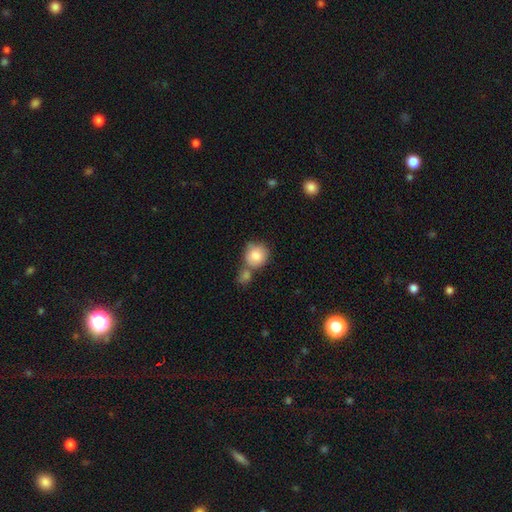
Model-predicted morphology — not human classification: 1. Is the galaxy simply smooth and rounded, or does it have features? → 84% smooth, 9% featured or disk, 7% star or artifact.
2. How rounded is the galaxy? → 83% round, 15% in between, 1% cigar-shaped.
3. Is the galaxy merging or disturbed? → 42% none, 40% merger, 13% minor disturbance, 5% major disturbance.